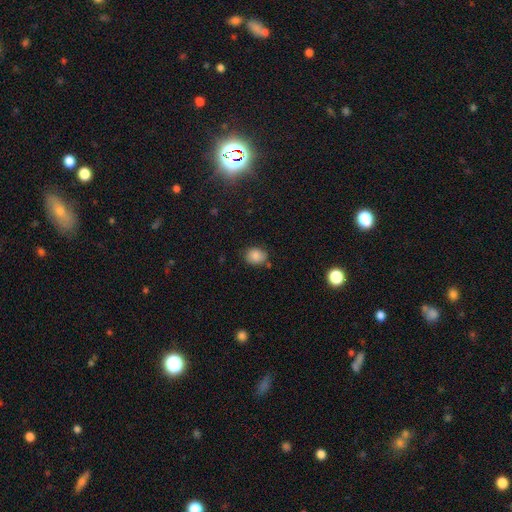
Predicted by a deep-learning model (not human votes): Smooth or featured: smooth — 85% (star or artifact — 10%)
How rounded: round — 57% (in between — 42%)
Merging: none — 75% (minor disturbance — 18%)